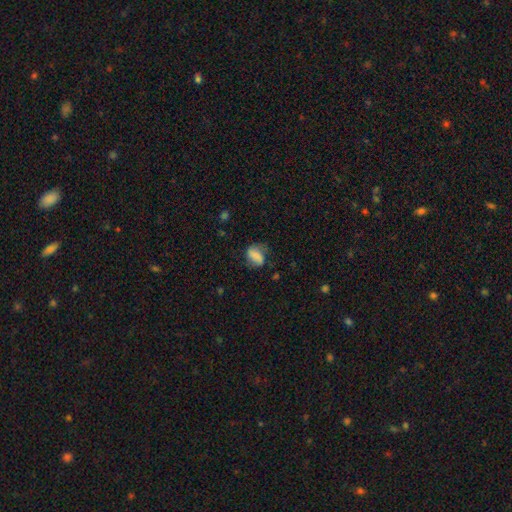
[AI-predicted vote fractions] A smooth galaxy with no disk features (60%) that is in between round and cigar-shaped (71%).

Vote fractions:
- Smooth or featured? smooth: 60% / featured or disk: 30% / star or artifact: 9%
- How rounded? in between: 71% / round: 26% / cigar-shaped: 4%
- Merging? none: 55% / minor disturbance: 28% / major disturbance: 15% / merger: 2%